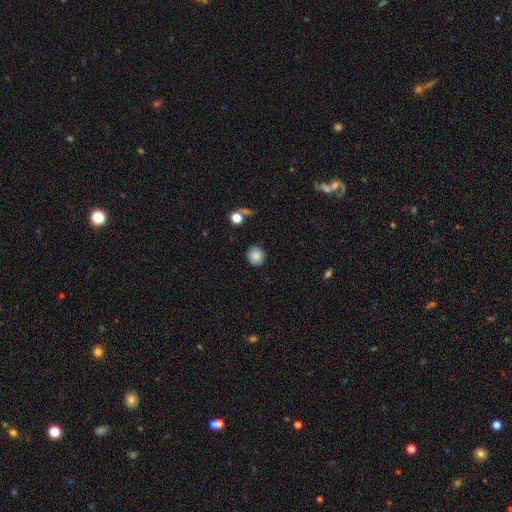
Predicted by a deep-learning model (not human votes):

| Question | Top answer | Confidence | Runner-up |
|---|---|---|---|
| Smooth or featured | smooth | 83% | star or artifact (9%) |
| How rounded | round | 86% | in between (13%) |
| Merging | none | 85% | minor disturbance (11%) |